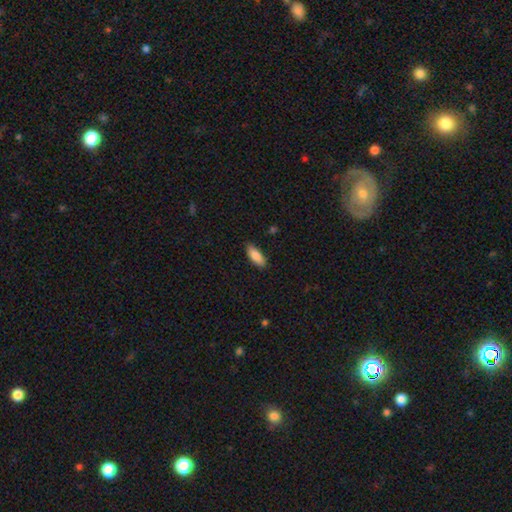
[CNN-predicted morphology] smooth 85%, featured or disk 9%, star or artifact 6%. Down the decision tree: how rounded — in between (73%); merging — none (86%).